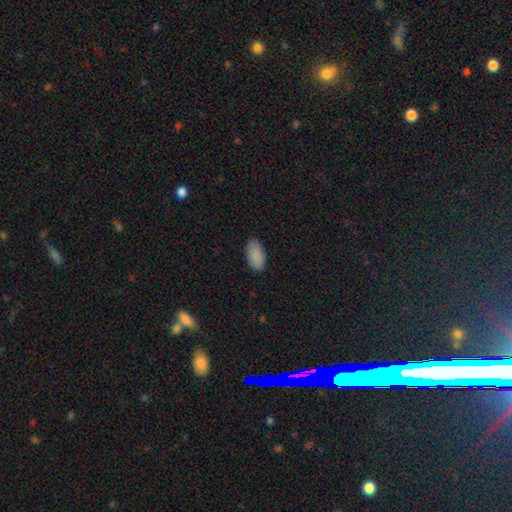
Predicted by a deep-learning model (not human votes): Smooth or featured?
  - smooth: 90% *
  - star or artifact: 7%
  - featured or disk: 4%
How rounded?
  - in between: 95% *
  - round: 3%
  - cigar-shaped: 3%
Merging?
  - none: 86% *
  - minor disturbance: 11%
  - major disturbance: 2%
  - merger: 1%